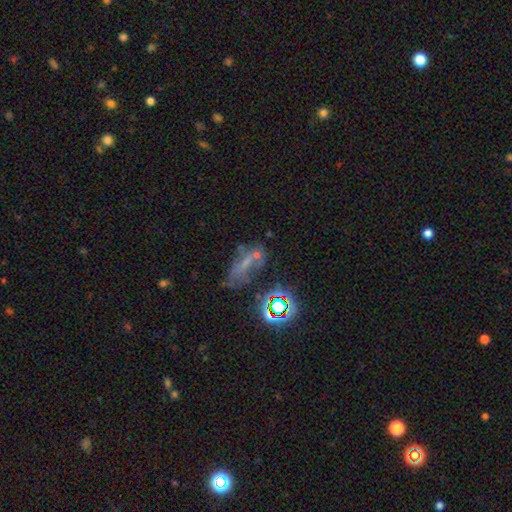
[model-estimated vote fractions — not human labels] Smooth or featured? Predicted: star or artifact (p=0.38).